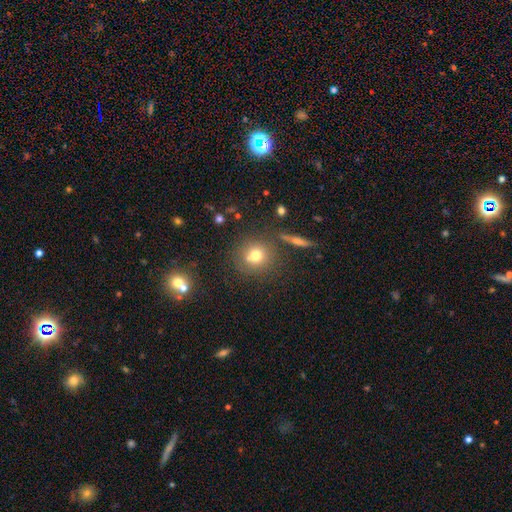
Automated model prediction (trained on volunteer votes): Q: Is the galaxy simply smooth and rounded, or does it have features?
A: smooth — 73%.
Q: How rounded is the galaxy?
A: round — 88%.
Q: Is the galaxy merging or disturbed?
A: none — 75%.